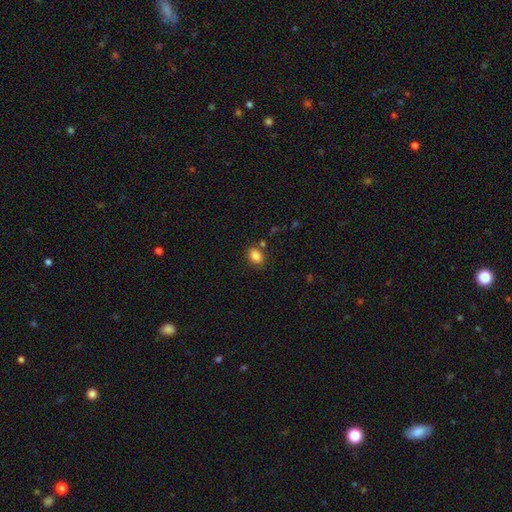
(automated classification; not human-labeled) A smooth galaxy with no disk features (85%) that is in between round and cigar-shaped (73%).

Vote fractions:
- Smooth or featured? smooth: 85% / star or artifact: 10% / featured or disk: 5%
- How rounded? in between: 73% / round: 26% / cigar-shaped: 1%
- Merging? none: 78% / minor disturbance: 12% / merger: 6% / major disturbance: 3%